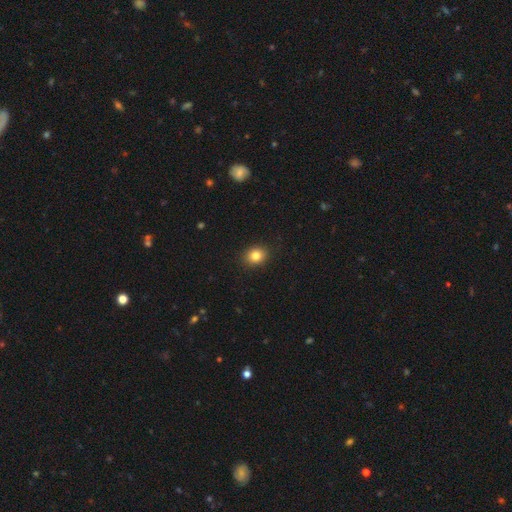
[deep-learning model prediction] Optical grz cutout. It shows a smooth galaxy with no disk features (83%) that is round (64%). Merging: none (90%).